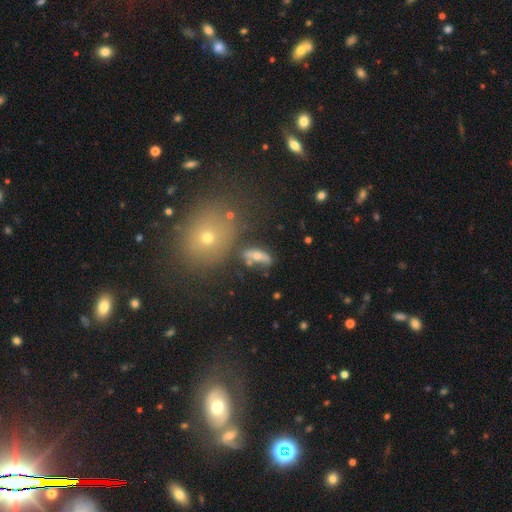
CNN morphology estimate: smooth_or_featured: smooth (p=0.45) [alt: featured or disk p=0.41]
merging: none (p=0.53) [alt: merger p=0.18]